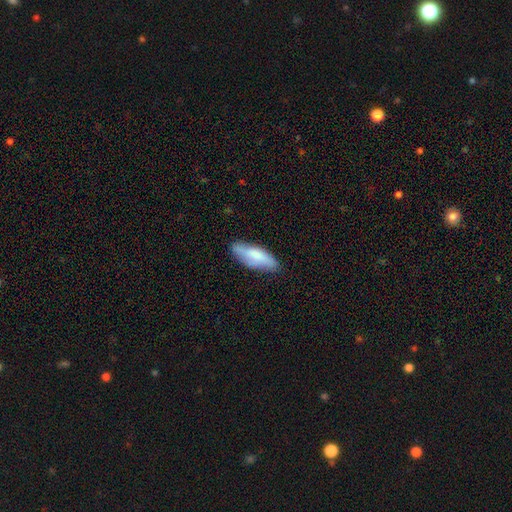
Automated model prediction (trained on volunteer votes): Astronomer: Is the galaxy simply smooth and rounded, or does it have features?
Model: smooth — 75%.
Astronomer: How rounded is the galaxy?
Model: in between — 60% (runner-up: cigar-shaped, 38%).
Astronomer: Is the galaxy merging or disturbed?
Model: none — 75%.